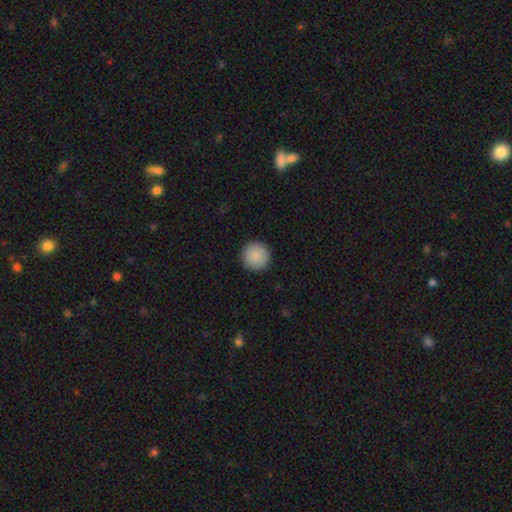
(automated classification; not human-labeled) A smooth galaxy with no disk features (90%) that is round (96%).

Vote fractions:
- Smooth or featured? smooth: 90% / star or artifact: 7% / featured or disk: 3%
- How rounded? round: 96% / in between: 3% / cigar-shaped: 1%
- Merging? none: 92% / minor disturbance: 5% / major disturbance: 2% / merger: 1%